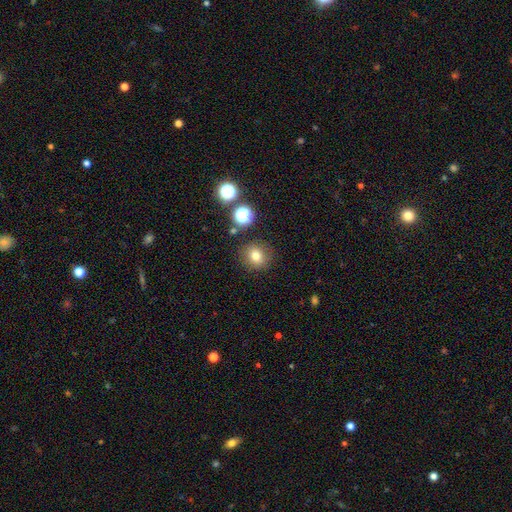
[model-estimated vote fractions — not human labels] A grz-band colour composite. It shows a smooth galaxy with no disk features (76%) that is round (88%). Merging: none (86%).